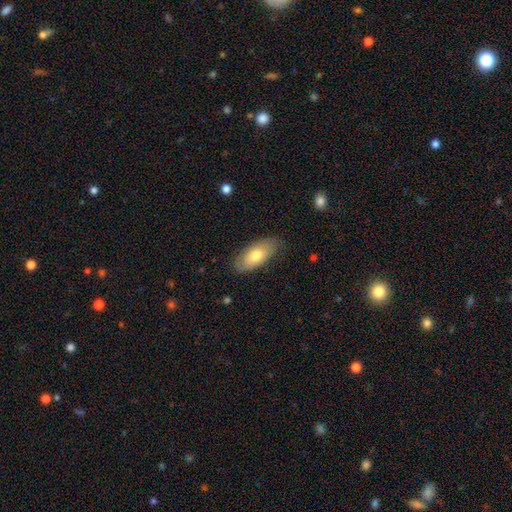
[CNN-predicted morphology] Smooth or featured? smooth (71%)
How rounded? in between (90%)
Merging? none (81%)